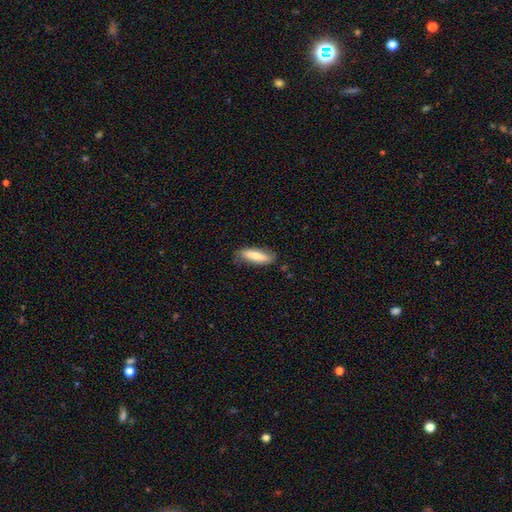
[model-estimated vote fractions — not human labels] Q: Smooth or featured?
A: smooth (73%); runner-up: featured or disk (22%)
Q: How rounded?
A: cigar-shaped (55%); runner-up: in between (43%)
Q: Merging?
A: none (74%); runner-up: minor disturbance (21%)